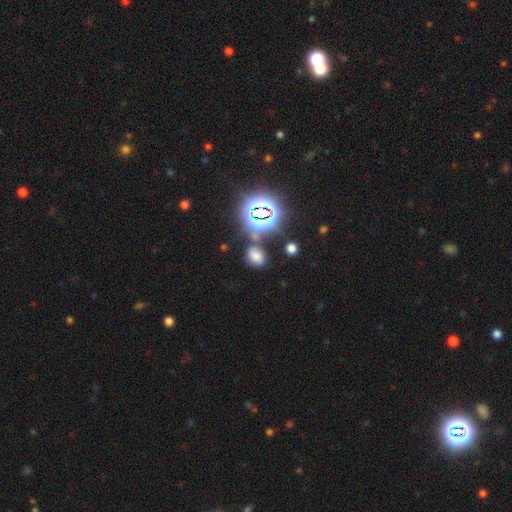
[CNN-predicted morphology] Smooth or featured: smooth — 60% (star or artifact — 31%)
How rounded: in between — 63% (round — 35%)
Merging: none — 71% (minor disturbance — 15%)